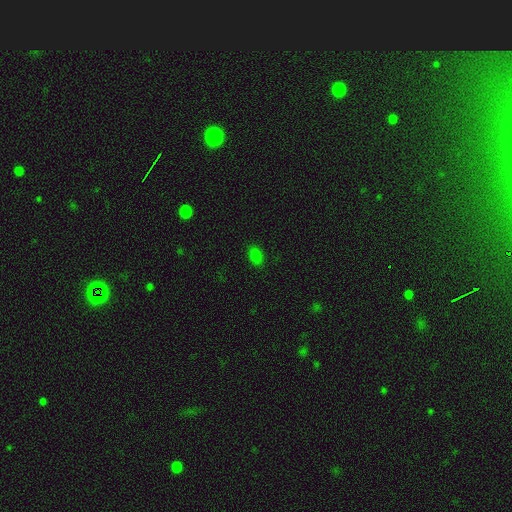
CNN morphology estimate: Q: Smooth or featured?
A: smooth (79%); runner-up: star or artifact (15%)
Q: How rounded?
A: in between (79%); runner-up: round (19%)
Q: Merging?
A: none (87%); runner-up: minor disturbance (10%)